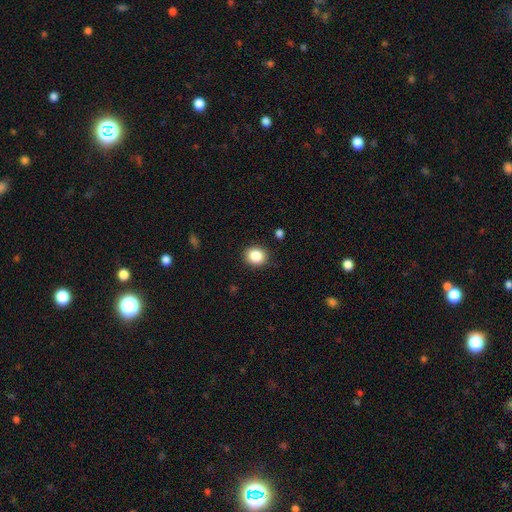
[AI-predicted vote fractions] Overall: smooth (86%). How rounded: round (76%). Merging: none (89%).